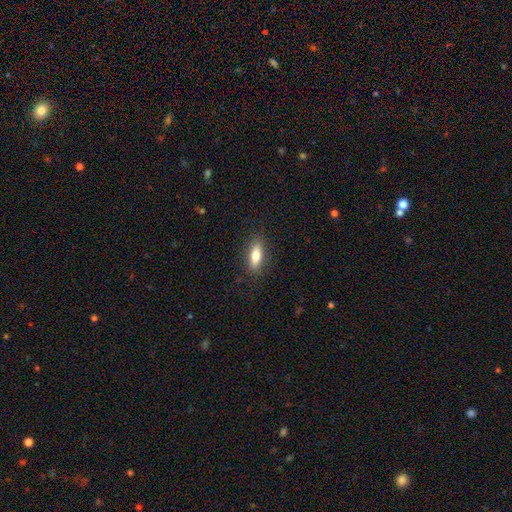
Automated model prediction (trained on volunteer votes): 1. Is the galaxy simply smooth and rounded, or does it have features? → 74% smooth, 19% featured or disk, 7% star or artifact.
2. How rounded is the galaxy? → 64% in between, 33% cigar-shaped, 3% round.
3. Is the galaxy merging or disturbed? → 86% none, 10% minor disturbance, 3% major disturbance, 1% merger.